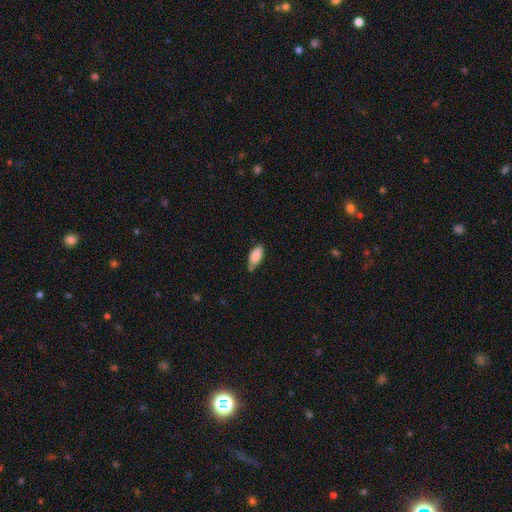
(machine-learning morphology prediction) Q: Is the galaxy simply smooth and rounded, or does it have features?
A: smooth — 85%.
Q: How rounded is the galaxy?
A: in between — 89%.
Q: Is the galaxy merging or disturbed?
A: none — 63%.